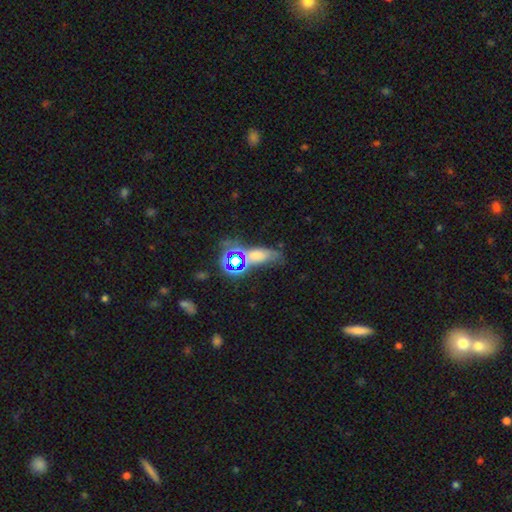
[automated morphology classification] smooth 44%, star or artifact 36%, featured or disk 20%. Down the decision tree: merging — none (47%).